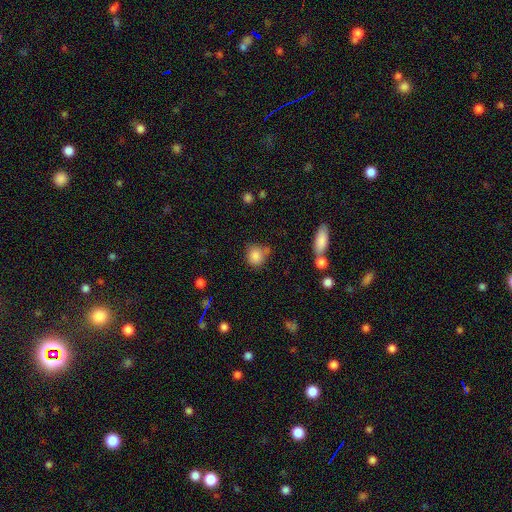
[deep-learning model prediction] Overall: smooth (84%). How rounded: round (81%). Merging: none (65%).